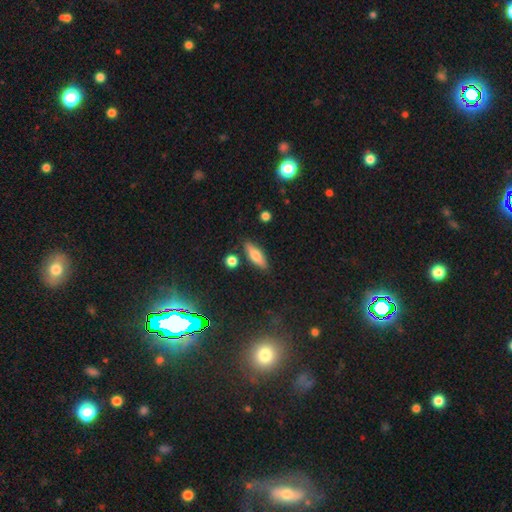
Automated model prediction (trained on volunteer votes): This is likely a smooth galaxy (63%). How rounded: possibly cigar-shaped (49%). Merging: clearly none (83%).